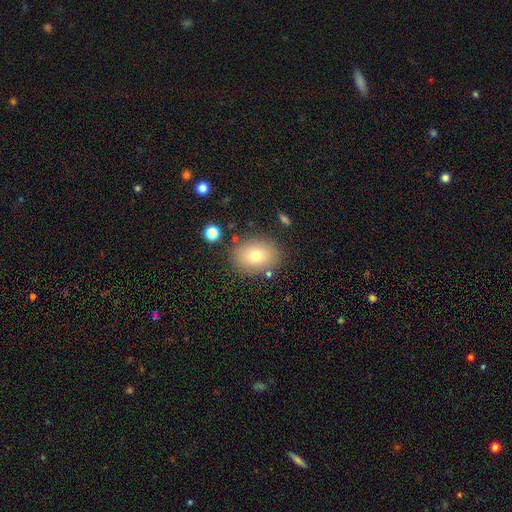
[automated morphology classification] A smooth galaxy with no disk features (75%) that is in between round and cigar-shaped (55%).

Vote fractions:
- Smooth or featured? smooth: 75% / featured or disk: 14% / star or artifact: 11%
- How rounded? in between: 55% / round: 44% / cigar-shaped: 1%
- Merging? none: 83% / minor disturbance: 10% / major disturbance: 3% / merger: 3%